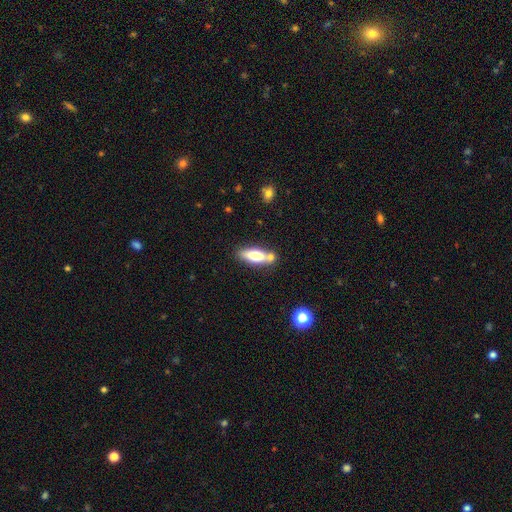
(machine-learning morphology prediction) smooth_or_featured: smooth (p=0.68) [alt: featured or disk p=0.24]
how_rounded: in between (p=0.59) [alt: cigar-shaped p=0.38]
merging: none (p=0.57) [alt: merger p=0.23]